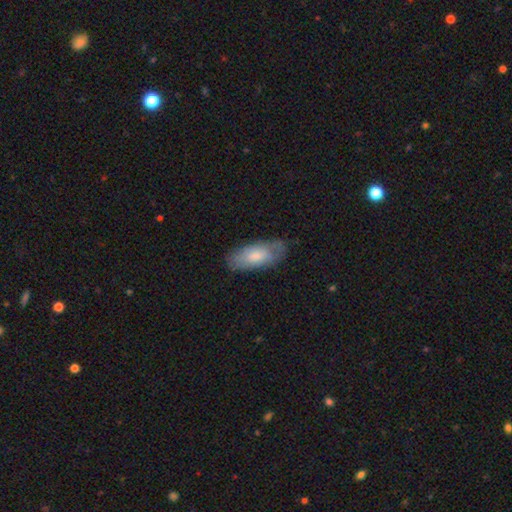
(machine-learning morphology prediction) Smooth or featured? Predicted: smooth (p=0.70). How rounded? Predicted: in between (p=0.85). Merging? Predicted: none (p=0.73).